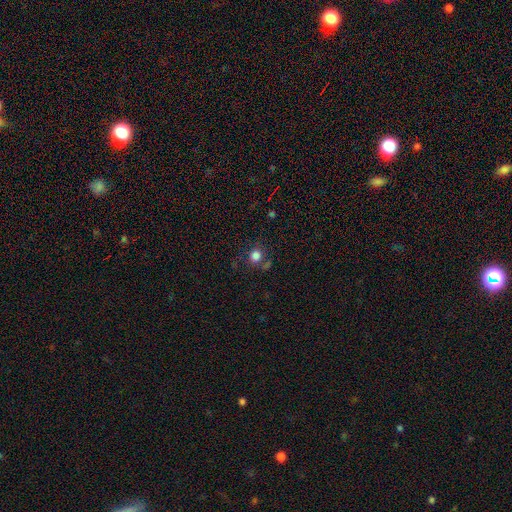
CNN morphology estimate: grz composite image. It shows a smooth galaxy with no disk features (79%) that is round (79%). Merging: none (68%).